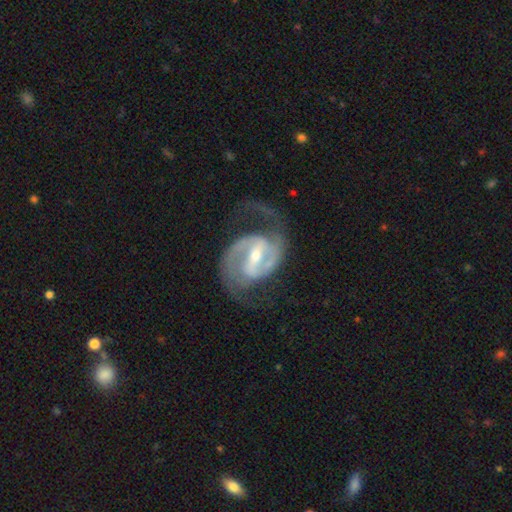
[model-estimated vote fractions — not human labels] This appears to be a featured or disk galaxy (93%) with a strong bar (61%), 2 (93%) medium (58%) spiral arms (98%) and a moderate central bulge (49%). Merging: none (70%).